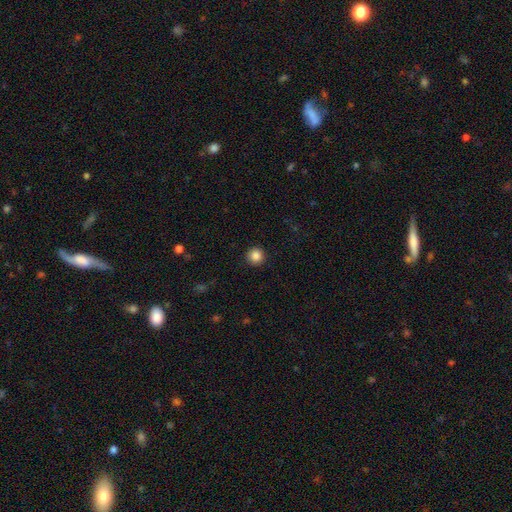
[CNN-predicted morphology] The model was most divided on "smooth or featured": smooth: 86%, star or artifact: 10%, featured or disk: 4%. More confident: how rounded — round (95%); merging — none (93%).